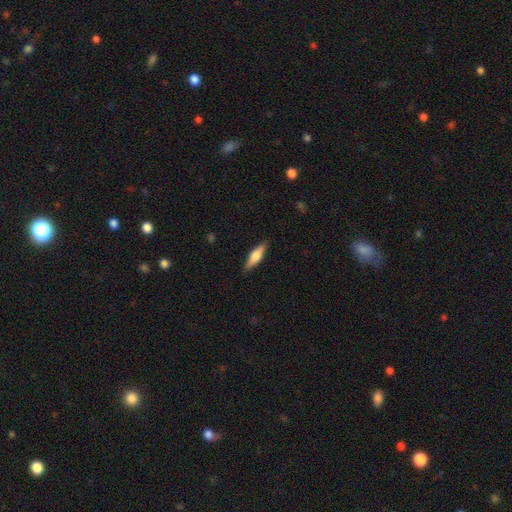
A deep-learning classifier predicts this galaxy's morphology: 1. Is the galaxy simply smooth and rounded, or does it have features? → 61% smooth, 33% featured or disk, 6% star or artifact.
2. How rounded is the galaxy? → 54% cigar-shaped, 44% in between, 2% round.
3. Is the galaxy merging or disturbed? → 87% none, 10% minor disturbance, 2% major disturbance, 1% merger.